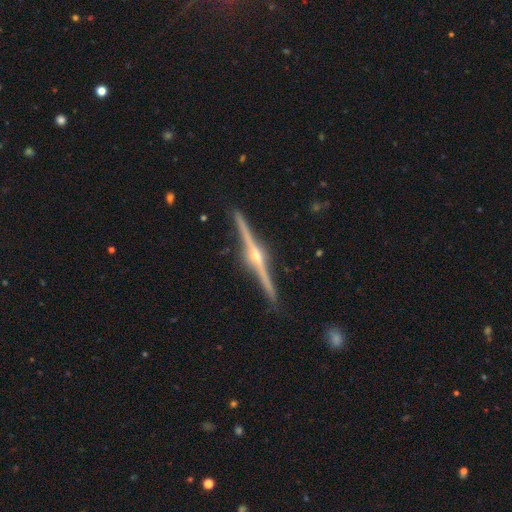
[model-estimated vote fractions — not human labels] smooth_or_featured: featured or disk (p=0.90) [alt: smooth p=0.05]
disk_edge_on: yes (p=0.99) [alt: no p=0.01]
edge_on_bulge: rounded (p=0.93) [alt: boxy p=0.03]
merging: none (p=0.91) [alt: minor disturbance p=0.06]